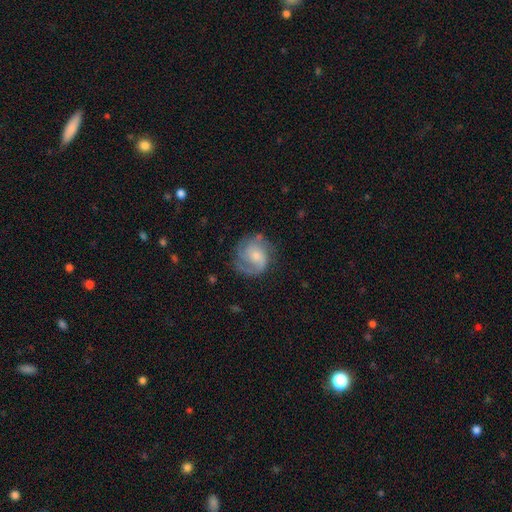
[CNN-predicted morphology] This is likely a featured or disk galaxy (72%). It is clearly not viewed edge-on (98%). Bar: likely no (67%). Spiral arm pattern: clearly yes (93%). Spiral arm count: marginally 2 (40%). Spiral winding: marginally medium (43%). Central bulge: possibly small (54%). Merging: likely none (66%).